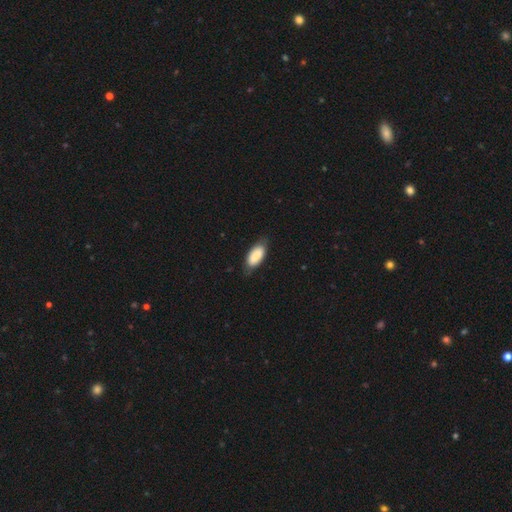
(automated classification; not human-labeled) The model was most divided on "merging": none: 72%, minor disturbance: 22%, major disturbance: 4%, merger: 1%. More confident: how rounded — in between (88%); smooth or featured — smooth (87%).